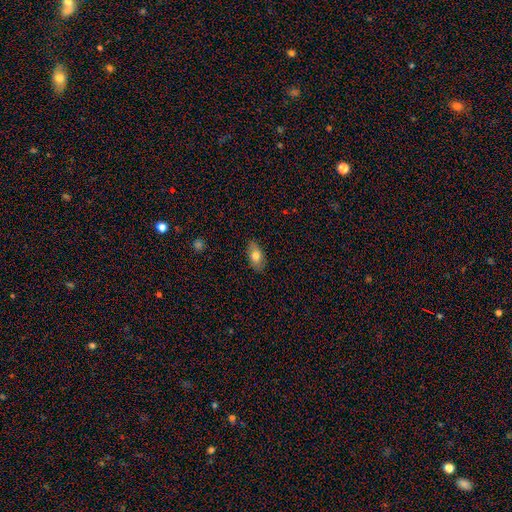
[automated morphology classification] smooth_or_featured: smooth (p=0.74) [alt: featured or disk p=0.19]
how_rounded: in between (p=0.90) [alt: cigar-shaped p=0.06]
merging: none (p=0.84) [alt: minor disturbance p=0.13]